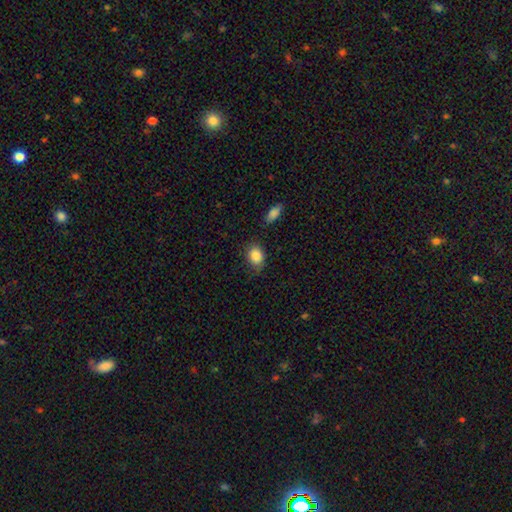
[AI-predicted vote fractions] Q: Smooth or featured?
A: smooth (85%); runner-up: star or artifact (8%)
Q: How rounded?
A: in between (63%); runner-up: round (36%)
Q: Merging?
A: none (76%); runner-up: minor disturbance (17%)